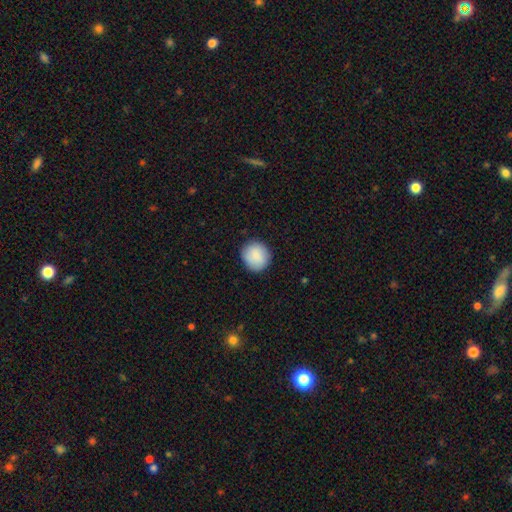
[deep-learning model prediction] smooth 89%, star or artifact 7%, featured or disk 4%. Down the decision tree: how rounded — round (91%); merging — none (89%).